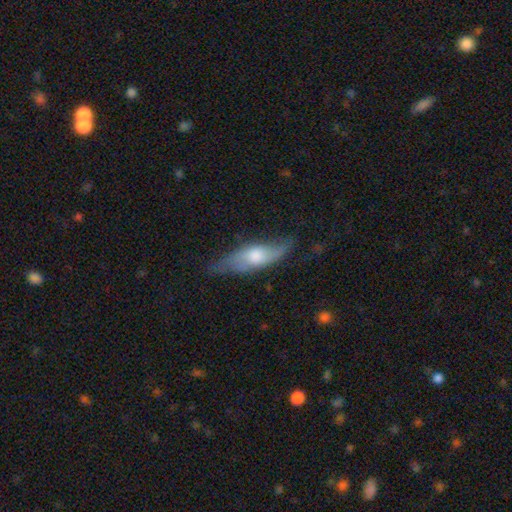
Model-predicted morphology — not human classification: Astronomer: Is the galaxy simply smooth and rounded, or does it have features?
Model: featured or disk — 51% (runner-up: smooth, 43%).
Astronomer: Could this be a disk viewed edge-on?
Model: no — 52% (runner-up: yes, 48%).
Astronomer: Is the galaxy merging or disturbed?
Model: none — 64%.